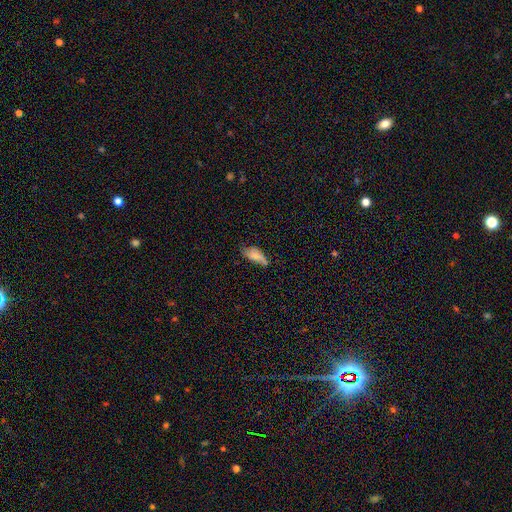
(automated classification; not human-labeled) Smooth or featured? Predicted: smooth (p=0.72). How rounded? Predicted: in between (p=0.80). Merging? Predicted: none (p=0.39).